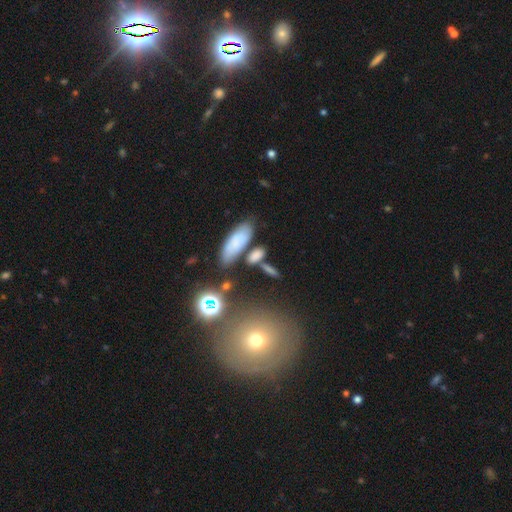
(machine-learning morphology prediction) This appears to be a smooth galaxy with no disk features (71%) that is in between round and cigar-shaped (55%). Merging: none (66%).